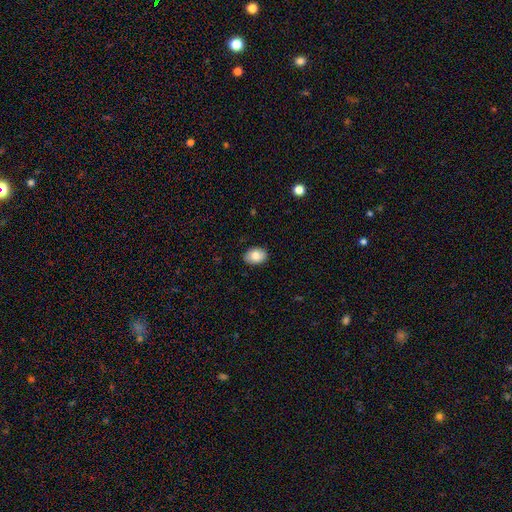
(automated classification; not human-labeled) The model was most divided on "how rounded": in between: 75%, round: 24%, cigar-shaped: 1%. More confident: merging — none (87%); smooth or featured — smooth (84%).